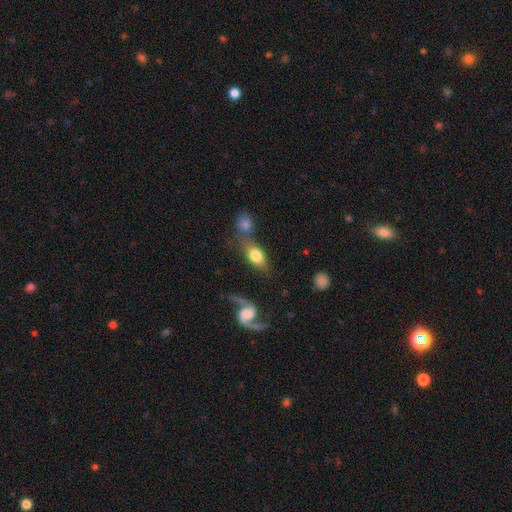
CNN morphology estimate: smooth 67%, featured or disk 24%, star or artifact 8%. Down the decision tree: how rounded — in between (79%); merging — none (39%).